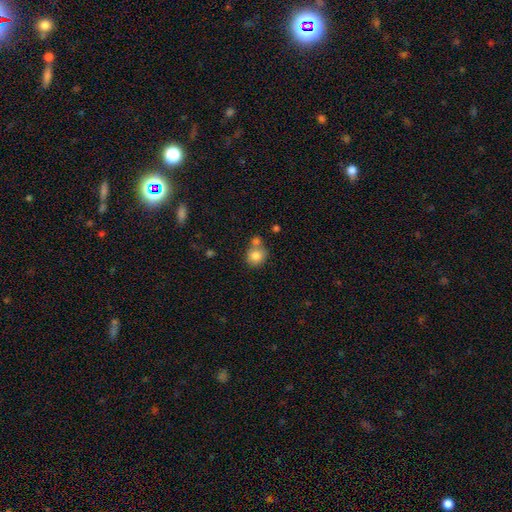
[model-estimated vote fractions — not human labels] Overall: smooth (81%). How rounded: round (82%). Merging: none (53%; merger 32%).